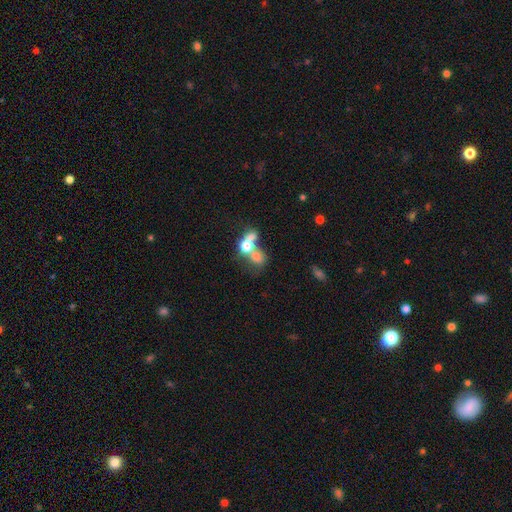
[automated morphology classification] A smooth galaxy with no disk features (59%) that is round (53%). Merging: merger (64%).